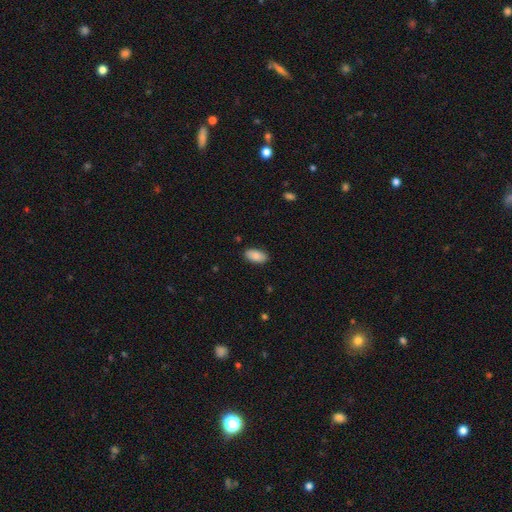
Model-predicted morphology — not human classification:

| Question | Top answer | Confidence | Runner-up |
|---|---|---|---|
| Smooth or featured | smooth | 85% | featured or disk (8%) |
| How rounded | in between | 94% | cigar-shaped (3%) |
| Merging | none | 87% | minor disturbance (10%) |